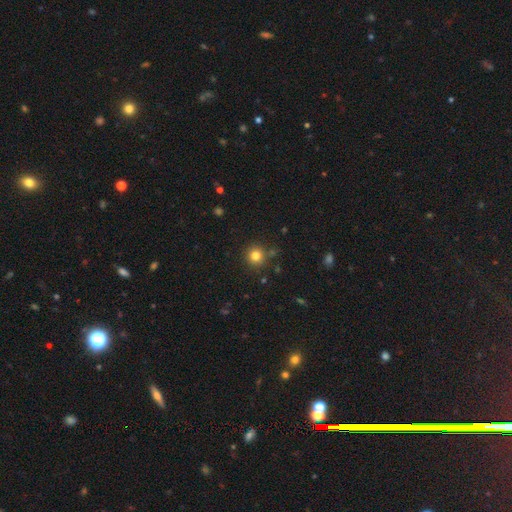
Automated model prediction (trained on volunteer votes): This is likely a smooth galaxy (80%). How rounded: clearly round (94%). Merging: clearly none (86%).